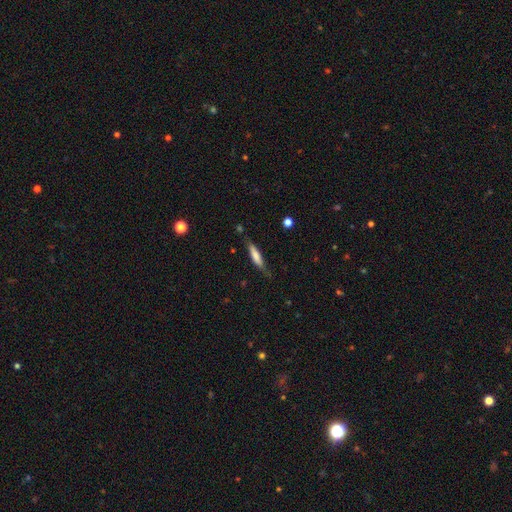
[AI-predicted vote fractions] Smooth or featured?
  - smooth: 65% *
  - featured or disk: 28%
  - star or artifact: 7%
How rounded?
  - cigar-shaped: 78% *
  - in between: 20%
  - round: 2%
Merging?
  - none: 68% *
  - minor disturbance: 24%
  - major disturbance: 6%
  - merger: 2%